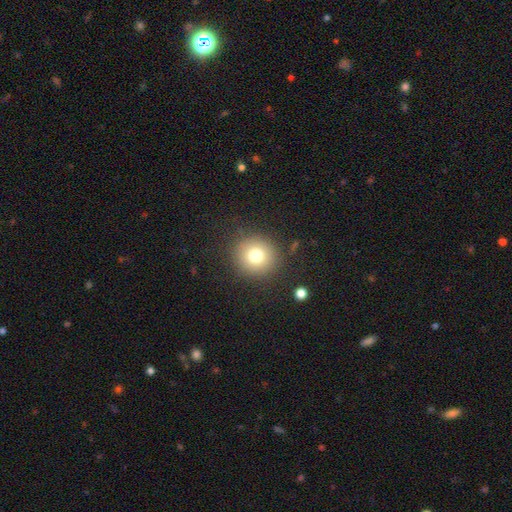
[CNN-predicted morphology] smooth_or_featured: smooth (p=0.76) [alt: star or artifact p=0.13]
how_rounded: round (p=0.92) [alt: in between p=0.07]
merging: none (p=0.87) [alt: minor disturbance p=0.08]